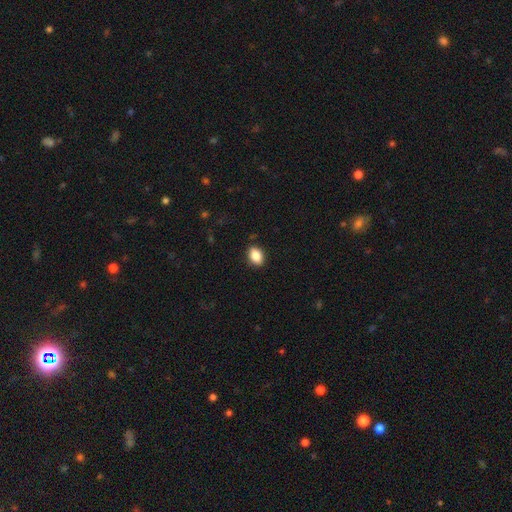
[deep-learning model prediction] Smooth or featured: smooth — 87% (star or artifact — 8%)
How rounded: in between — 81% (round — 18%)
Merging: none — 88% (minor disturbance — 9%)